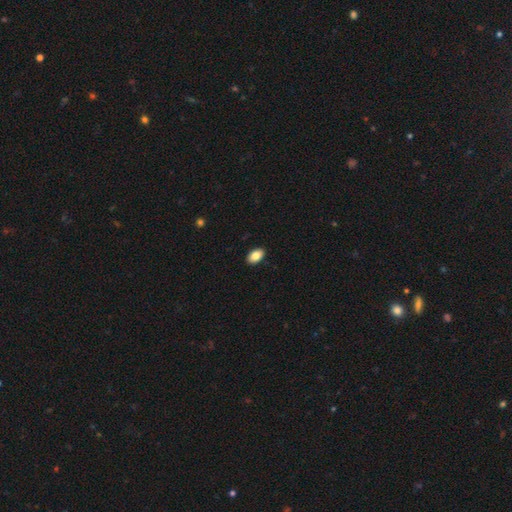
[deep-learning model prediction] smooth_or_featured: smooth (p=0.85) [alt: featured or disk p=0.08]
how_rounded: in between (p=0.92) [alt: round p=0.06]
merging: none (p=0.90) [alt: minor disturbance p=0.07]